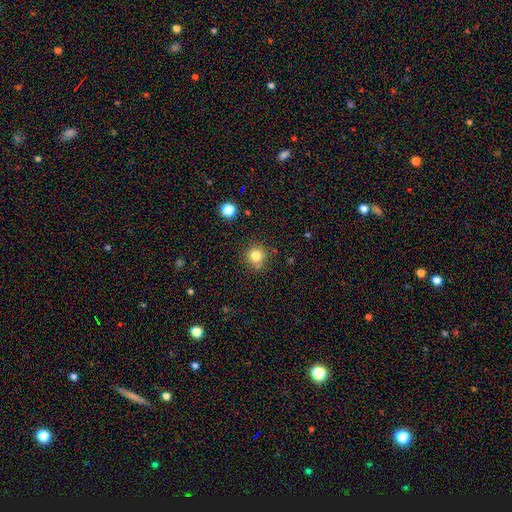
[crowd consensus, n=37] Smooth or featured?
  - smooth: 92% *
  - star or artifact: 5%
  - featured or disk: 3%
How rounded?
  - round: 88% *
  - in between: 12%
  - cigar-shaped: 0%
Merging?
  - none: 71% *
  - minor disturbance: 20%
  - merger: 9%
  - major disturbance: 0%